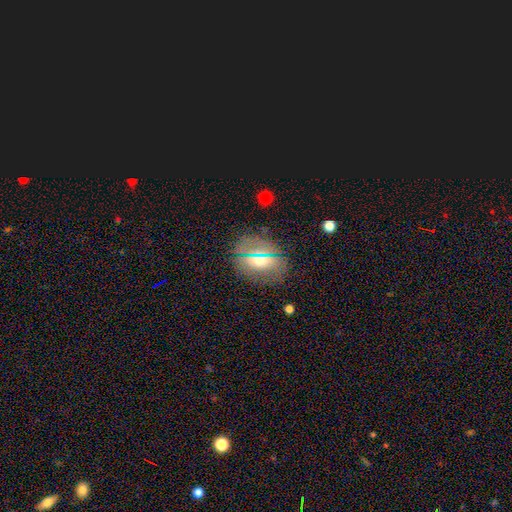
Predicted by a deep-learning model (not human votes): A featured or disk galaxy (42%).

Vote fractions:
- Smooth or featured? featured or disk: 42% / star or artifact: 34% / smooth: 24%
- Merging? none: 79% / minor disturbance: 13% / major disturbance: 6% / merger: 3%